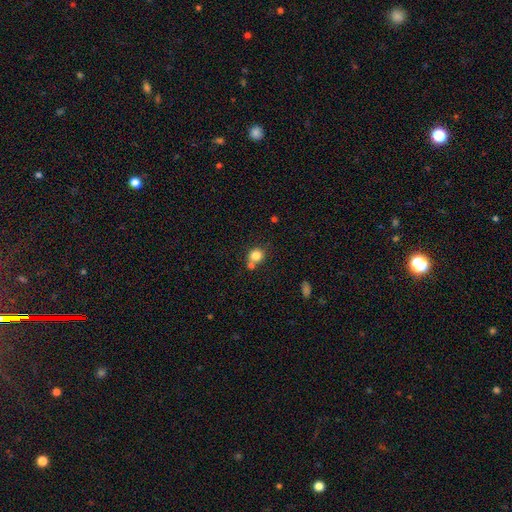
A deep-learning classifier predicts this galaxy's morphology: Overall: smooth (82%). How rounded: round (83%). Merging: none (60%; merger 27%).